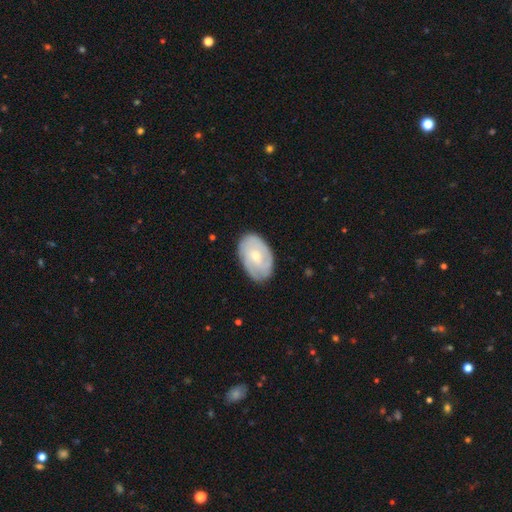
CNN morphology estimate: smooth-or-featured: featured or disk: 53% | smooth: 42% | star or artifact: 5%
  disk-edge-on: no: 95% | yes: 5%
    bar: no: 66% | weak: 29% | strong: 5%
    has-spiral-arms: yes: 70% | no: 30%
    bulge-size: small: 48% (tied) | moderate: 48% (tied) | large: 2% | none: 2% | dominant: 1%
  merging: none: 78% | minor disturbance: 17% | major disturbance: 4% | merger: 1%